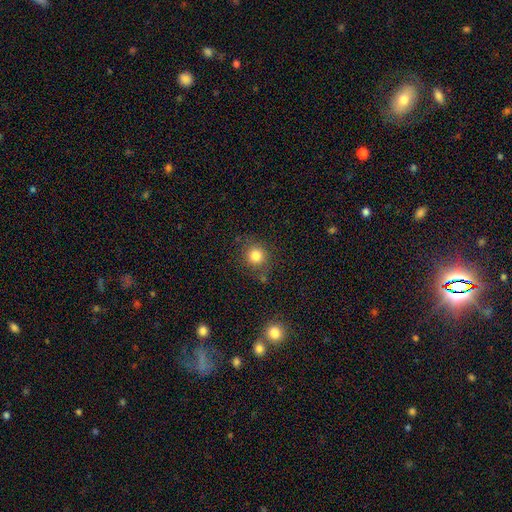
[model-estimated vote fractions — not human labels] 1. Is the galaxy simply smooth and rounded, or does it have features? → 82% smooth, 12% star or artifact, 6% featured or disk.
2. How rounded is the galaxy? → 90% round, 9% in between, 1% cigar-shaped.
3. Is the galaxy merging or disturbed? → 81% none, 11% minor disturbance, 4% merger, 4% major disturbance.